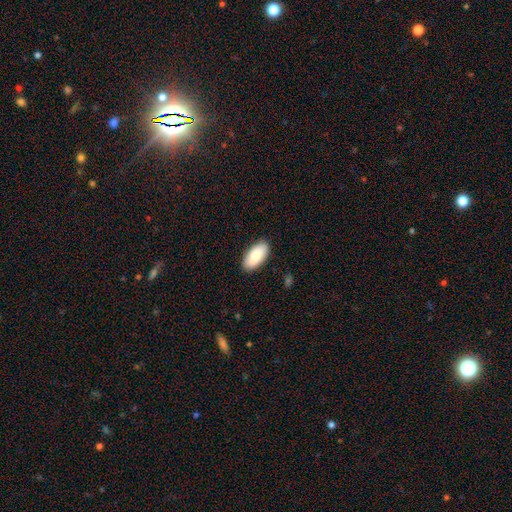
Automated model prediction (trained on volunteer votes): A smooth galaxy with no disk features (81%) that is in between round and cigar-shaped (94%).

Vote fractions:
- Smooth or featured? smooth: 81% / featured or disk: 14% / star or artifact: 6%
- How rounded? in between: 94% / cigar-shaped: 4% / round: 2%
- Merging? none: 89% / minor disturbance: 9% / major disturbance: 2% / merger: 1%